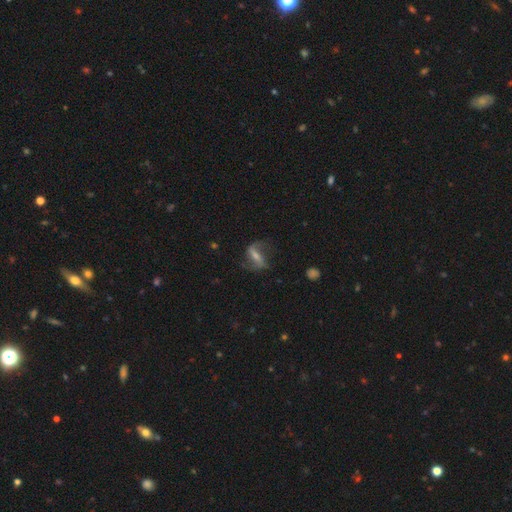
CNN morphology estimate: This appears to be a featured or disk galaxy (72%) with a strong bar (55%), 2 (84%) loose (64%) spiral arms (87%) and a small central bulge (44%). Merging: none (59%).